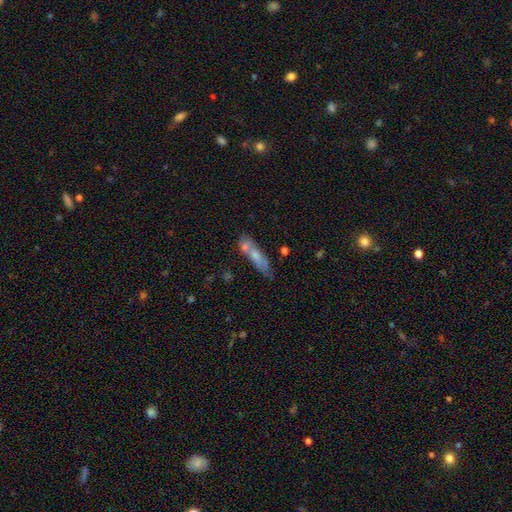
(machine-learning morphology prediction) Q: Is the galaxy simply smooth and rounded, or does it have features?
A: smooth — 59%.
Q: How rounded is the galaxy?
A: cigar-shaped — 69%.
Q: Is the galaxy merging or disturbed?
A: none — 42%.